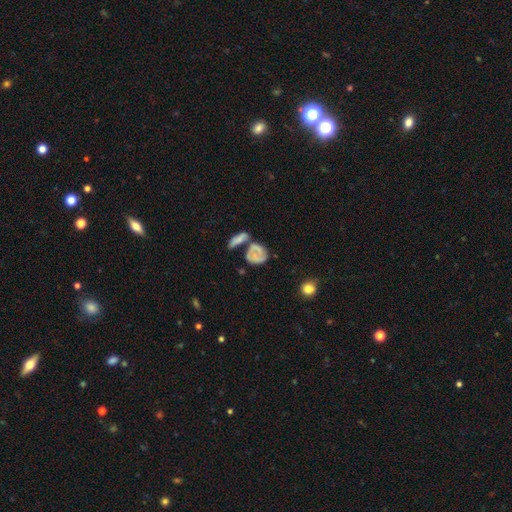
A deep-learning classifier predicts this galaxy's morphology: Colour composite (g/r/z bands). It shows a smooth galaxy with no disk features (54%) that is in between round and cigar-shaped (53%). Merging: none (34%).